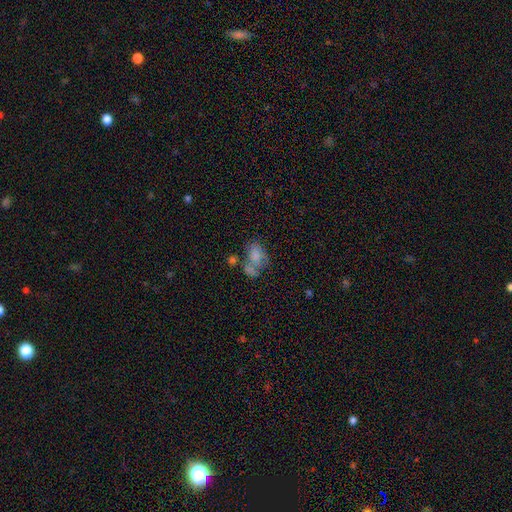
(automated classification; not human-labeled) Overall: smooth (67%). How rounded: in between (81%). Merging: merger (33%; none 30%).